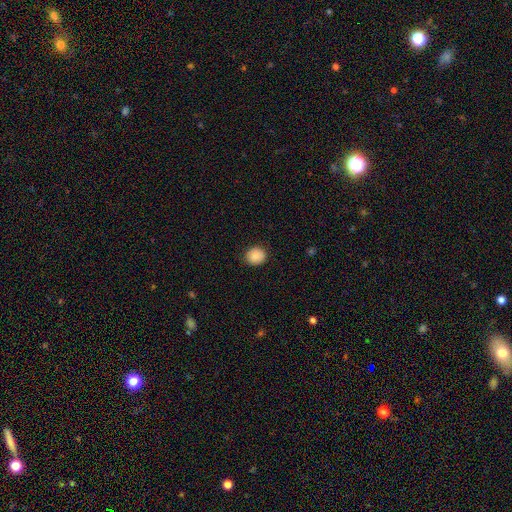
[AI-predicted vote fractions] Overall: smooth (89%). How rounded: round (81%). Merging: none (89%).